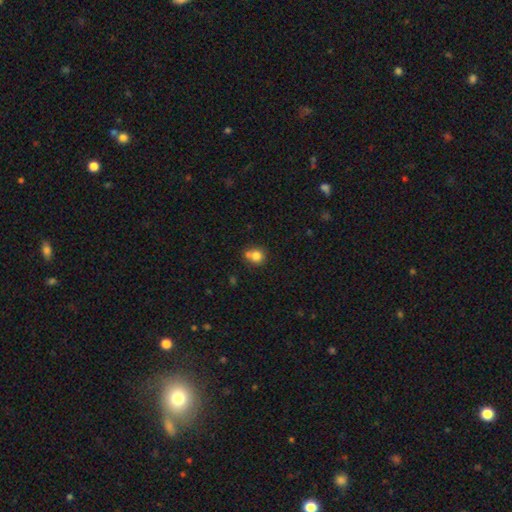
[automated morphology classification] This appears to be a smooth galaxy with no disk features (80%) that is round (78%). Merging: none (51%).